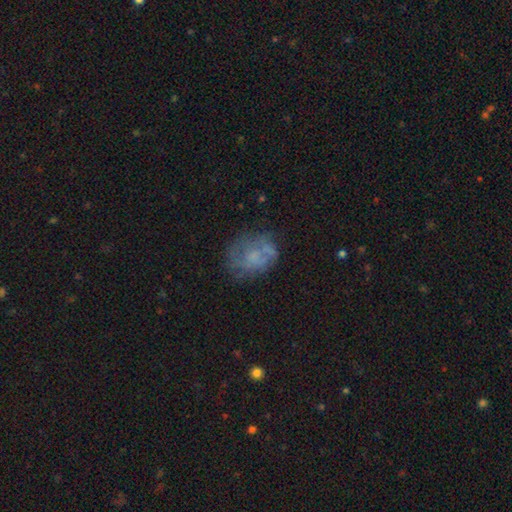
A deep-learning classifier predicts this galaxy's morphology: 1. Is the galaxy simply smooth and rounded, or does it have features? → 47% featured or disk, 41% smooth, 13% star or artifact.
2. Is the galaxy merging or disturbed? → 59% none, 22% minor disturbance, 15% major disturbance, 4% merger.